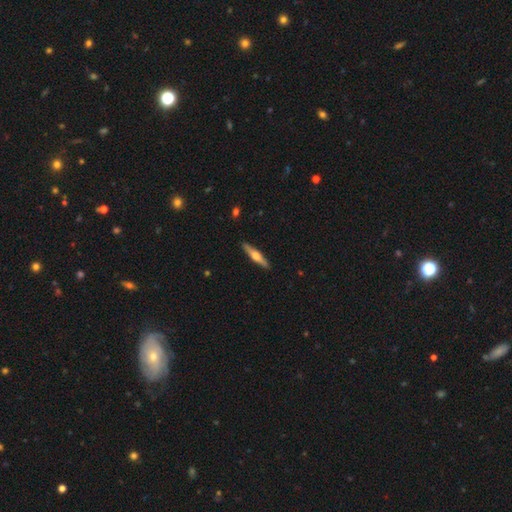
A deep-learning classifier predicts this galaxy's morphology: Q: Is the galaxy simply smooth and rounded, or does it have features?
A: featured or disk — 59%.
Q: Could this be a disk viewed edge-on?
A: yes — 97%.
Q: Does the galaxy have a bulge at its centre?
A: rounded — 91%.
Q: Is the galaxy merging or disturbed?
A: none — 91%.